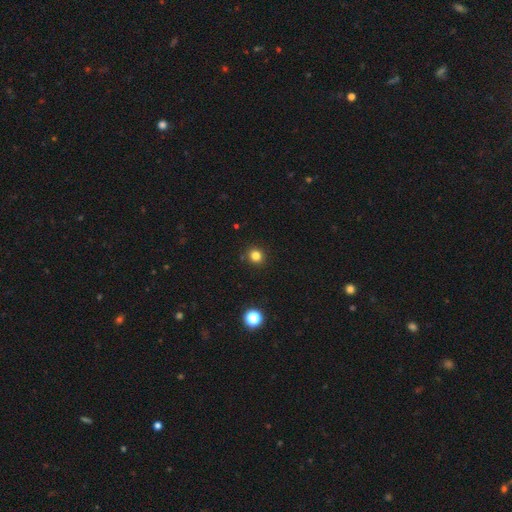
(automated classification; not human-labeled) Smooth or featured? smooth (81%)
How rounded? round (90%)
Merging? none (90%)